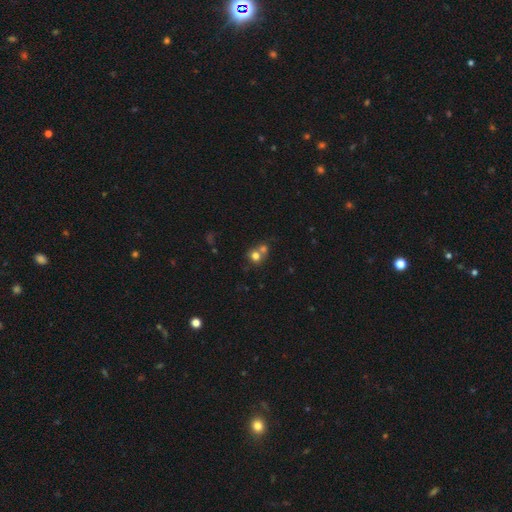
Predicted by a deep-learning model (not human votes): smooth-or-featured: smooth: 73% | featured or disk: 14% | star or artifact: 13%
  how-rounded: round: 82% | in between: 17% | cigar-shaped: 1%
  merging: merger: 53% | none: 38% | minor disturbance: 6% | major disturbance: 3%